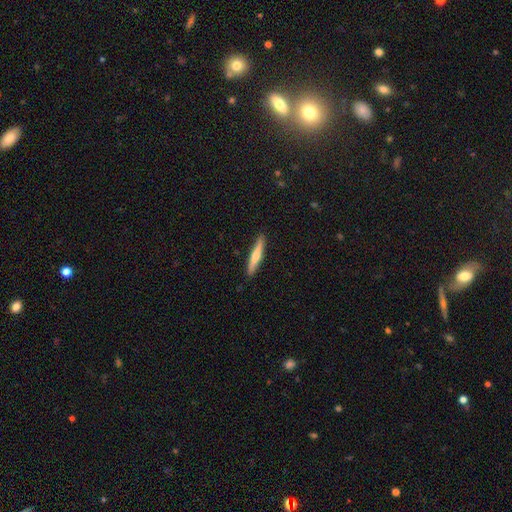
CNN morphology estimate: Smooth or featured? smooth (56%)
How rounded? cigar-shaped (93%)
Merging? none (90%)